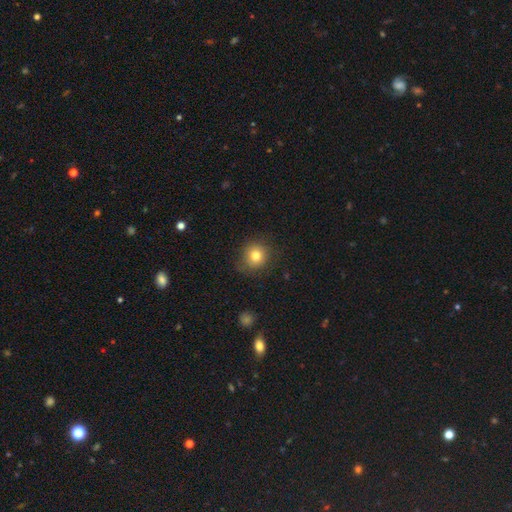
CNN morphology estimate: Q: Smooth or featured?
A: smooth (80%); runner-up: star or artifact (11%)
Q: How rounded?
A: round (88%); runner-up: in between (11%)
Q: Merging?
A: none (82%); runner-up: minor disturbance (13%)